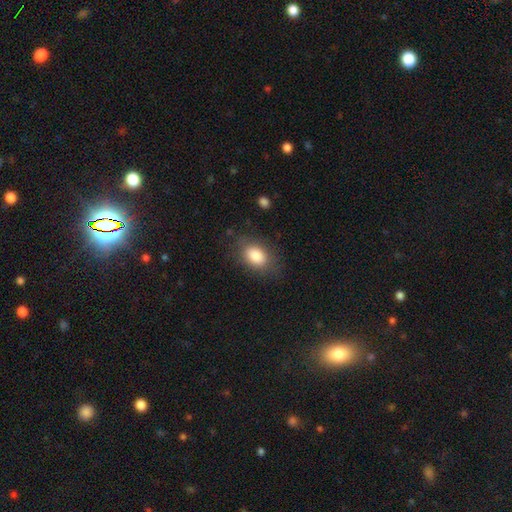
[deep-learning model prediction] smooth_or_featured: smooth (p=0.85) [alt: featured or disk p=0.08]
how_rounded: in between (p=0.84) [alt: round p=0.15]
merging: none (p=0.78) [alt: minor disturbance p=0.15]